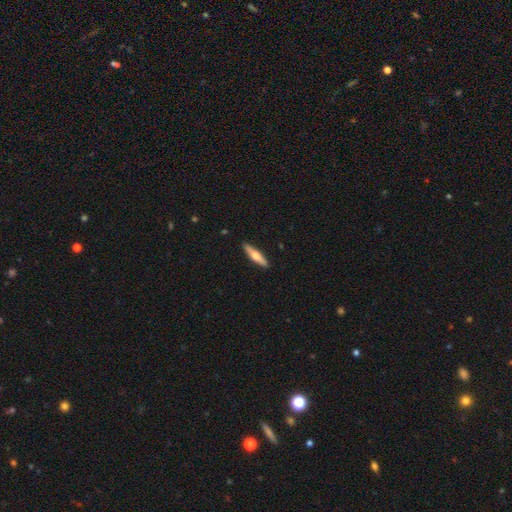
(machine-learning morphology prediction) Smooth or featured?
  - smooth: 48% *
  - featured or disk: 47%
  - star or artifact: 5%
Merging?
  - none: 91% *
  - minor disturbance: 7%
  - major disturbance: 1%
  - merger: 1%